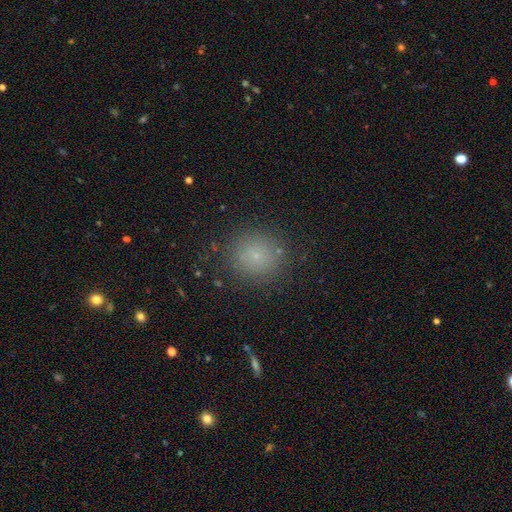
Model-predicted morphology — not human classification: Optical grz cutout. It shows a smooth galaxy with no disk features (74%) that is round (88%). Merging: none (86%).